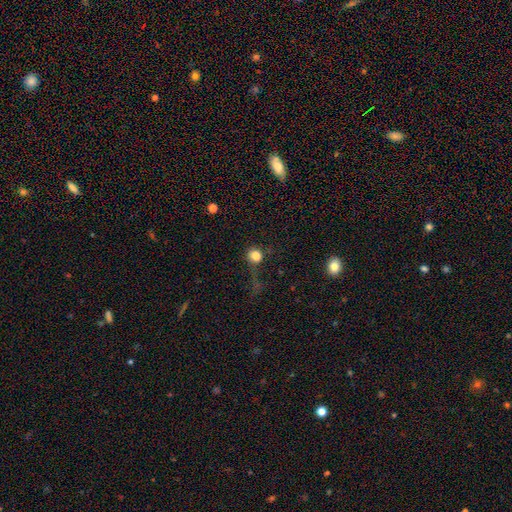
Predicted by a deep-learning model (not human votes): Q: Smooth or featured?
A: smooth (80%); runner-up: star or artifact (13%)
Q: How rounded?
A: round (85%); runner-up: in between (13%)
Q: Merging?
A: none (55%); runner-up: major disturbance (22%)